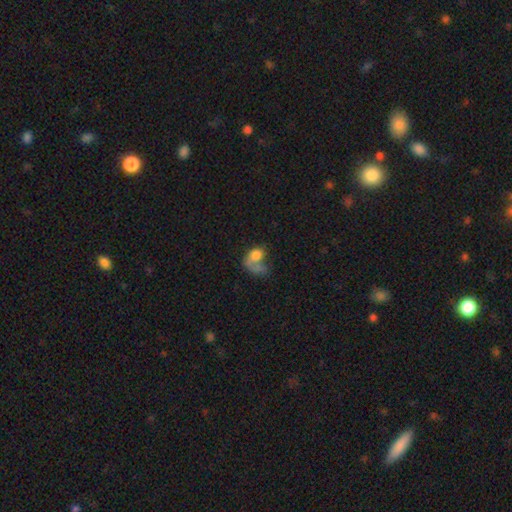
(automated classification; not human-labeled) The model was most divided on "merging": major disturbance: 43%, merger: 25%, none: 18%, minor disturbance: 14%. More confident: how rounded — in between (65%); smooth or featured — smooth (63%).